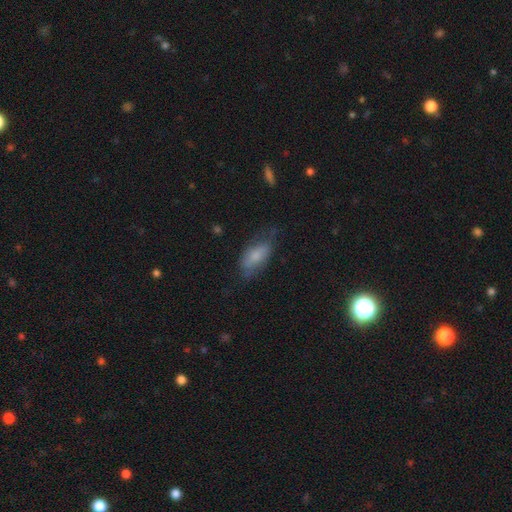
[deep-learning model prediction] Smooth or featured? Predicted: smooth (p=0.68). How rounded? Predicted: in between (p=0.84). Merging? Predicted: none (p=0.50).